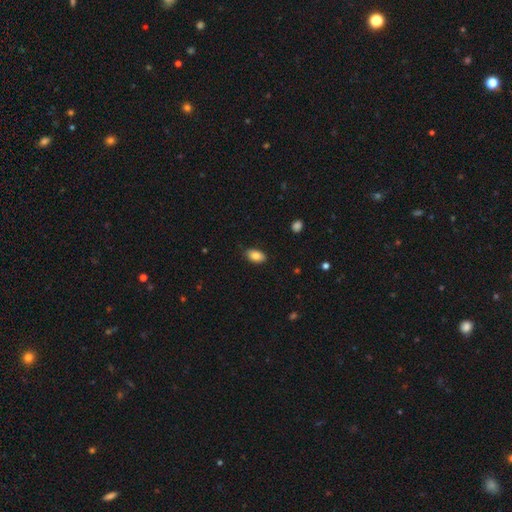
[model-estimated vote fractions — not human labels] The model was most divided on "merging": none: 84%, minor disturbance: 12%, major disturbance: 2%, merger: 1%. More confident: how rounded — in between (92%); smooth or featured — smooth (83%).